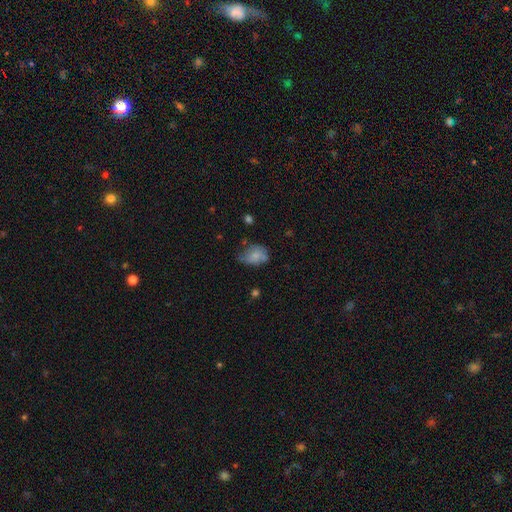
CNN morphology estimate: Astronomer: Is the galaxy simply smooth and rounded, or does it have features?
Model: smooth — 74%.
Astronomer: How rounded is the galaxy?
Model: in between — 73%.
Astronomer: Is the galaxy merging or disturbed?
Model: none — 41%, tied with minor disturbance at 41%.